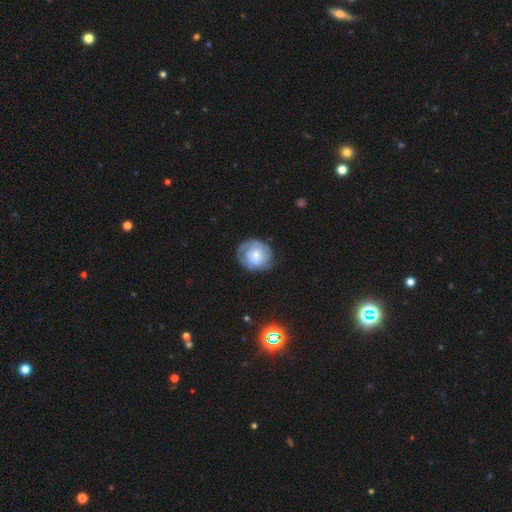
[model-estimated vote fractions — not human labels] Q: Smooth or featured?
A: featured or disk (51%); runner-up: smooth (42%)
Q: Edge-on disk?
A: no (97%); runner-up: yes (3%)
Q: Merging?
A: none (63%); runner-up: minor disturbance (24%)